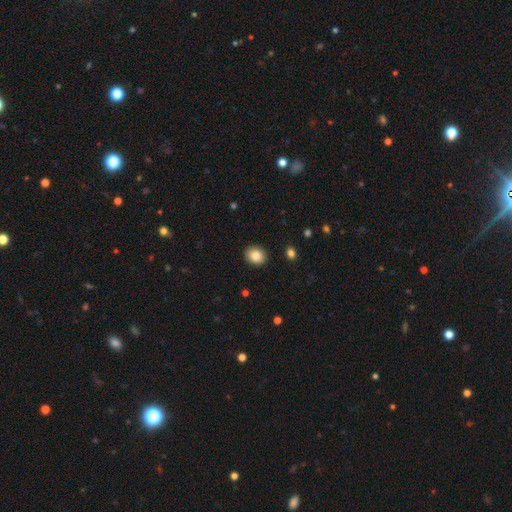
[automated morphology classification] Smooth or featured? Predicted: smooth (p=0.87). How rounded? Predicted: round (p=0.51). Merging? Predicted: none (p=0.90).